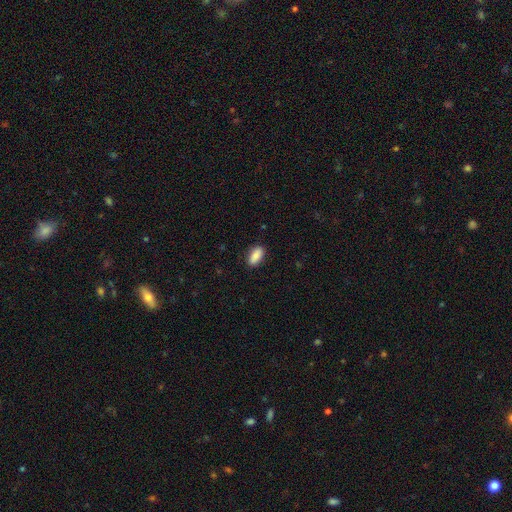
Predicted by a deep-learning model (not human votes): Smooth or featured? smooth (87%)
How rounded? in between (91%)
Merging? none (86%)